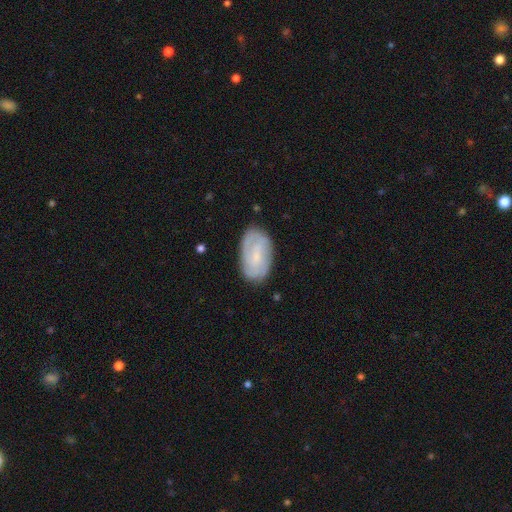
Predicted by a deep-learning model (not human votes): Smooth or featured: featured or disk — 61% (smooth — 32%)
Edge-on disk: no — 96% (yes — 4%)
Bar: no — 46% (weak — 44%)
Spiral arms: yes — 88% (no — 12%)
Spiral winding: tight — 55% (medium — 34%)
Spiral arm count: can't tell — 38% (2 — 33%)
Bulge size: small — 59% (none — 21%)
Merging: none — 80% (minor disturbance — 15%)